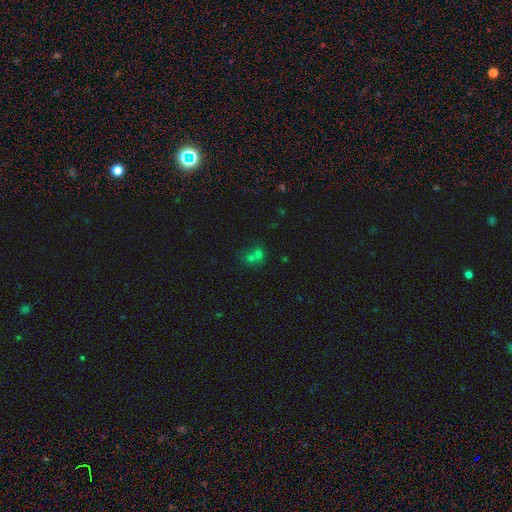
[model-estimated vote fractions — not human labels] A smooth galaxy with no disk features (58%) that is round (70%).

Vote fractions:
- Smooth or featured? smooth: 58% / star or artifact: 24% / featured or disk: 18%
- How rounded? round: 70% / in between: 29% / cigar-shaped: 1%
- Merging? merger: 59% / none: 31% / minor disturbance: 6% / major disturbance: 4%